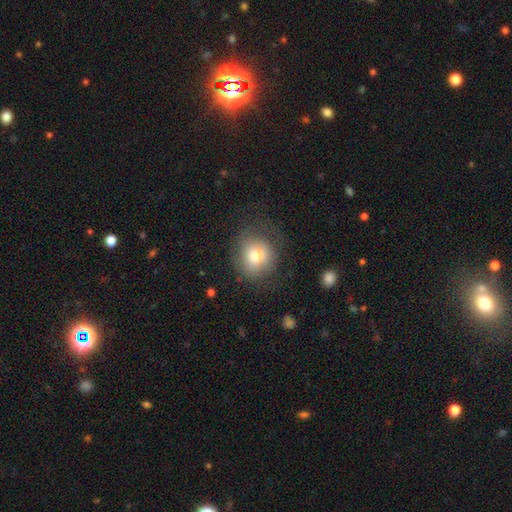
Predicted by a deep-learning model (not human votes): A smooth galaxy with no disk features (70%) that is round (80%).

Vote fractions:
- Smooth or featured? smooth: 70% / featured or disk: 20% / star or artifact: 10%
- How rounded? round: 80% / in between: 19% / cigar-shaped: 1%
- Merging? none: 61% / minor disturbance: 21% / major disturbance: 16% / merger: 2%